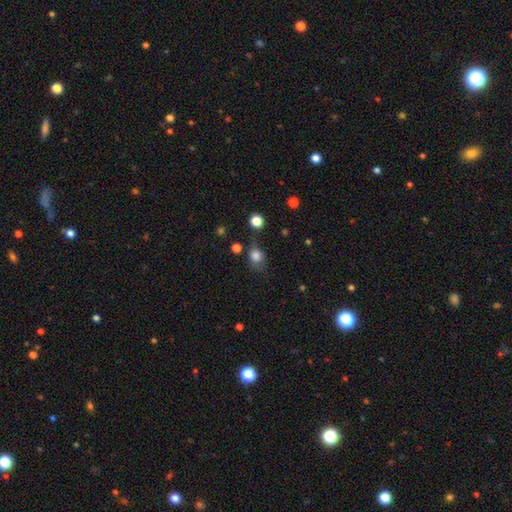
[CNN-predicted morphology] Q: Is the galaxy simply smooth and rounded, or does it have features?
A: smooth — 81%.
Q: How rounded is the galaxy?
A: round — 61%.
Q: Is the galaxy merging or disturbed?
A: none — 59%.